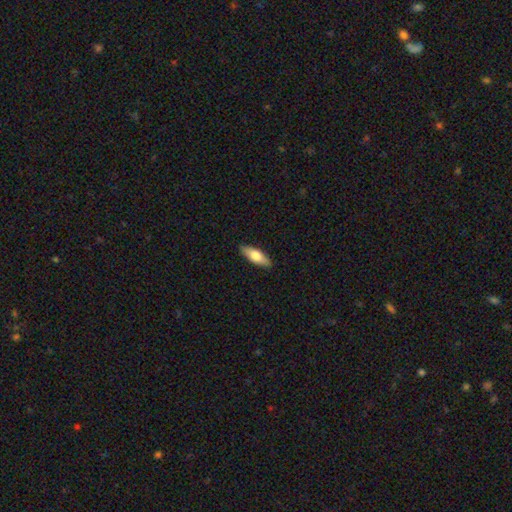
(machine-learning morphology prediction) A smooth galaxy with no disk features (70%) that is in between round and cigar-shaped (62%).

Vote fractions:
- Smooth or featured? smooth: 70% / featured or disk: 25% / star or artifact: 6%
- How rounded? in between: 62% / cigar-shaped: 36% / round: 2%
- Merging? none: 89% / minor disturbance: 8% / major disturbance: 2% / merger: 1%